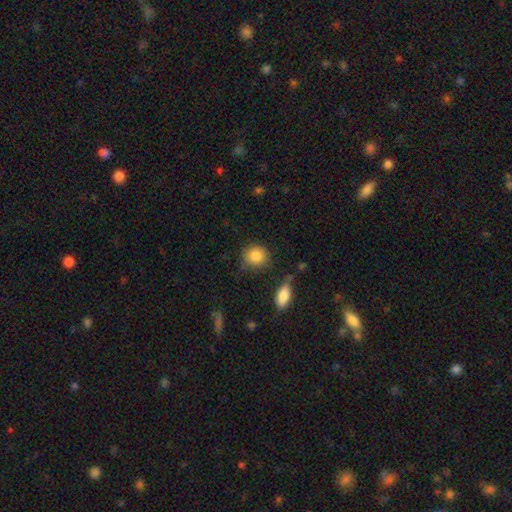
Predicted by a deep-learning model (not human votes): Smooth or featured? smooth (86%)
How rounded? round (83%)
Merging? none (76%)